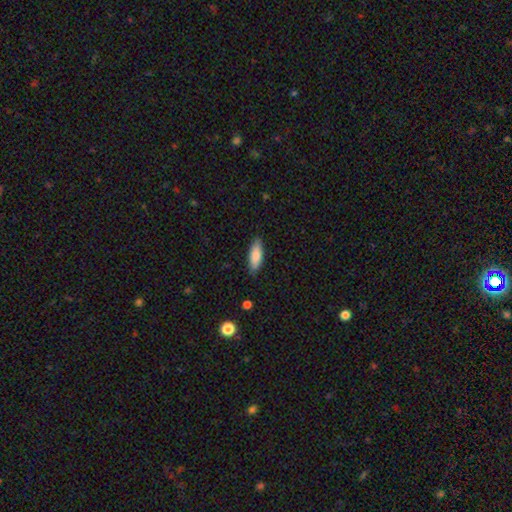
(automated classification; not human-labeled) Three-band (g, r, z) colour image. It shows a smooth galaxy with no disk features (85%) that is in between round and cigar-shaped (61%). Merging: none (86%).